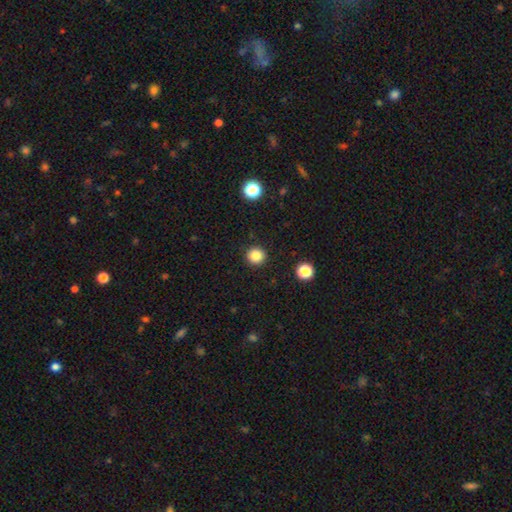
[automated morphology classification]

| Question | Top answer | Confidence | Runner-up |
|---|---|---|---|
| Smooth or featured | smooth | 85% | star or artifact (11%) |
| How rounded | round | 93% | in between (6%) |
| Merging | none | 92% | minor disturbance (5%) |